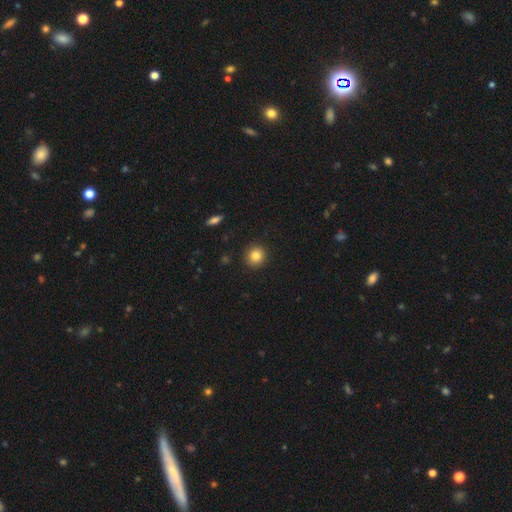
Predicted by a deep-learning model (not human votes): Overall: smooth (83%). How rounded: round (91%). Merging: none (92%).